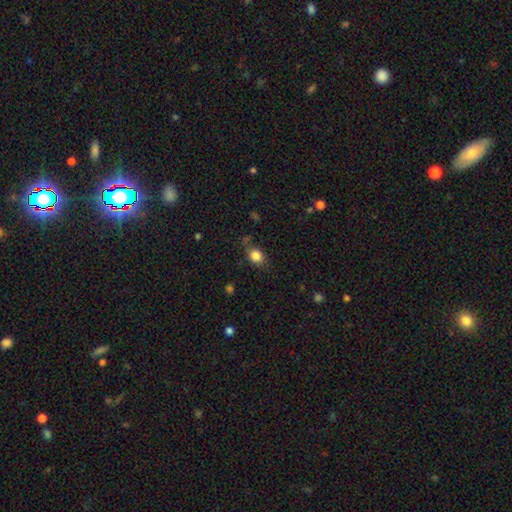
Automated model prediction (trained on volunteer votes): Overall: smooth (82%). How rounded: round (52%; in between 47%). Merging: none (70%).